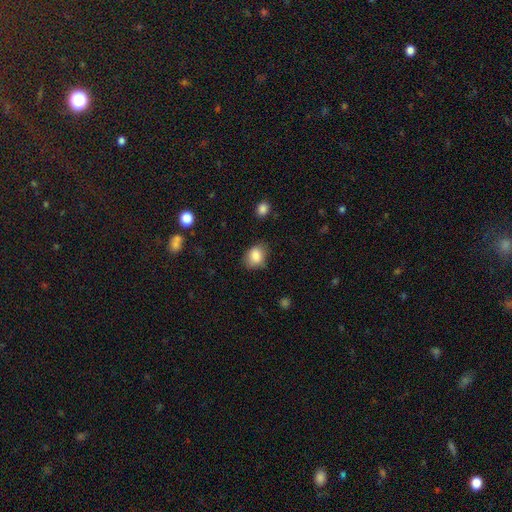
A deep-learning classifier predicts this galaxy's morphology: Overall: smooth (84%). How rounded: in between (60%; round 39%). Merging: none (69%).